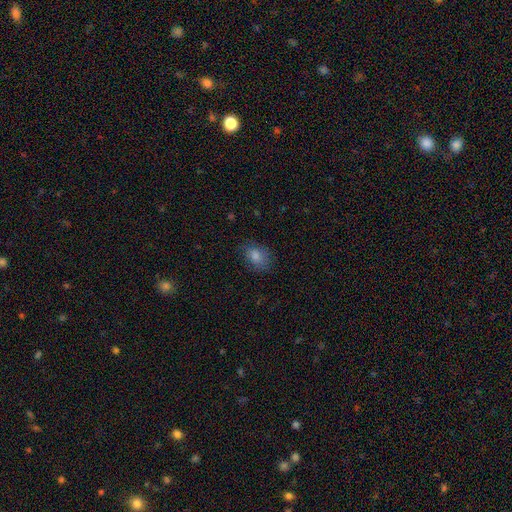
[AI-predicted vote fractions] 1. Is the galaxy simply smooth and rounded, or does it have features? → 76% smooth, 13% star or artifact, 11% featured or disk.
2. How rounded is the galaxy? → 66% in between, 32% round, 1% cigar-shaped.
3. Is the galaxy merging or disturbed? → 75% none, 19% minor disturbance, 5% major disturbance, 1% merger.